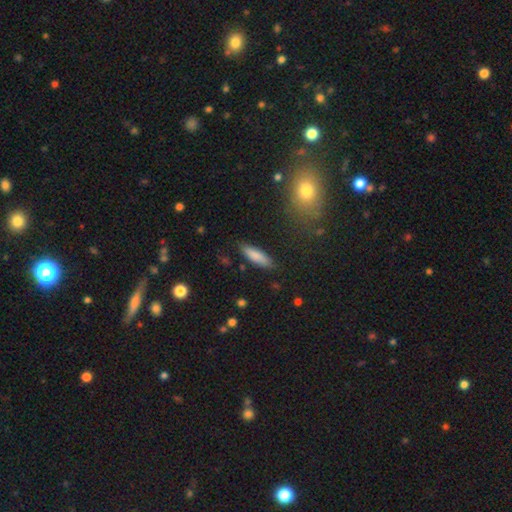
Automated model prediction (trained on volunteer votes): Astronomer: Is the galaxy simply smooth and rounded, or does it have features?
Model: smooth — 83%.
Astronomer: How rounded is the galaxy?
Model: cigar-shaped — 60% (runner-up: in between, 38%).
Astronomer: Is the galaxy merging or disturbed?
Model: none — 85%.